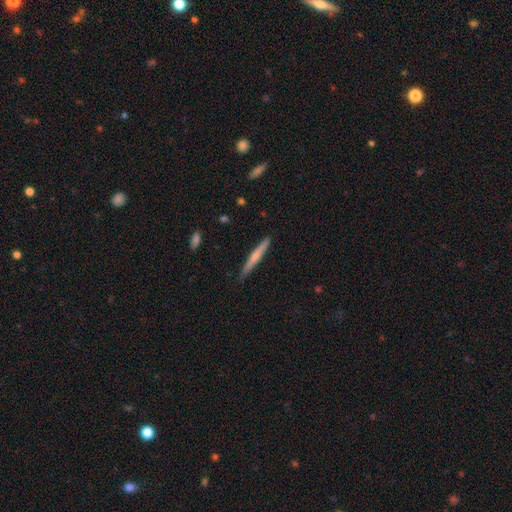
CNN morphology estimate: Smooth or featured: smooth — 48% (featured or disk — 46%)
Merging: none — 87% (minor disturbance — 10%)